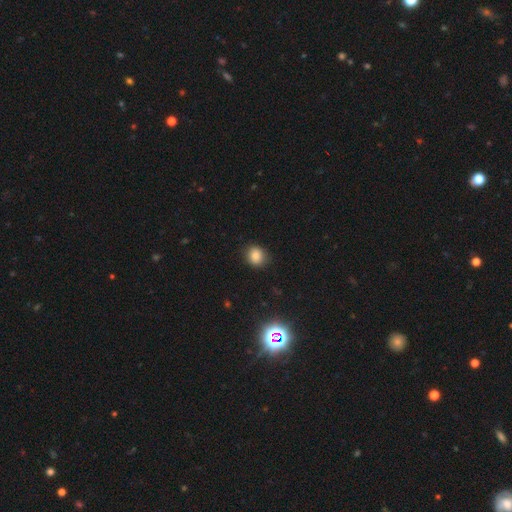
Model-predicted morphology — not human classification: A smooth galaxy with no disk features (82%) that is round (75%). Merging: none (86%).